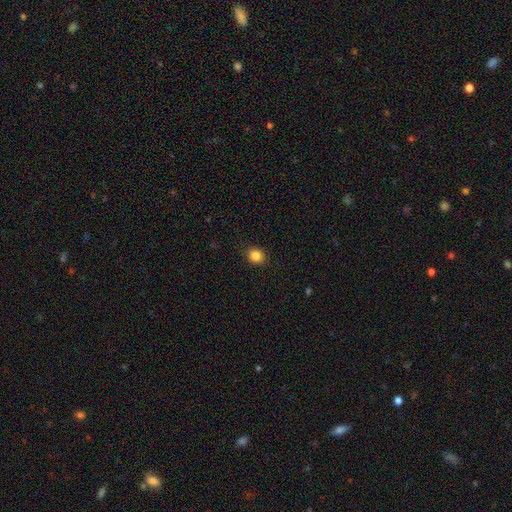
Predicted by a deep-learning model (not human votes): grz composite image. It shows a smooth galaxy with no disk features (85%) that is round (75%). Merging: none (89%).